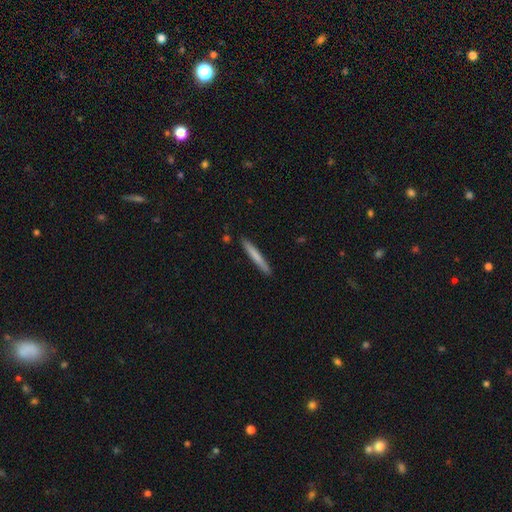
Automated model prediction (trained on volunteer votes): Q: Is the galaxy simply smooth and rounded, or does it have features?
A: smooth — 71%.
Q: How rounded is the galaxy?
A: cigar-shaped — 96%.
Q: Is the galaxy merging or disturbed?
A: none — 90%.